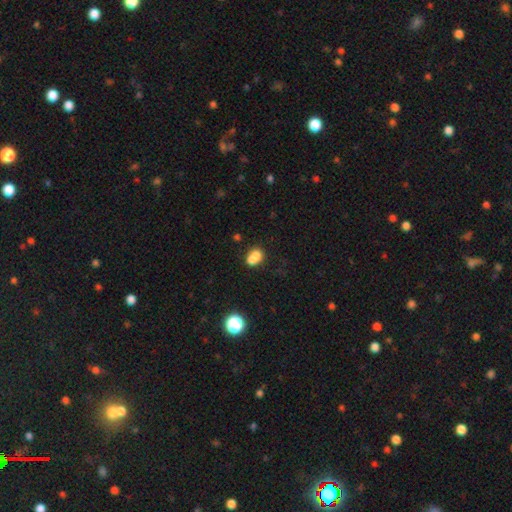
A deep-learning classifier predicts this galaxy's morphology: A smooth galaxy with no disk features (72%) that is in between round and cigar-shaped (50%).

Vote fractions:
- Smooth or featured? smooth: 72% / featured or disk: 17% / star or artifact: 11%
- How rounded? in between: 50% / round: 48% / cigar-shaped: 1%
- Merging? merger: 57% / none: 29% / minor disturbance: 9% / major disturbance: 4%